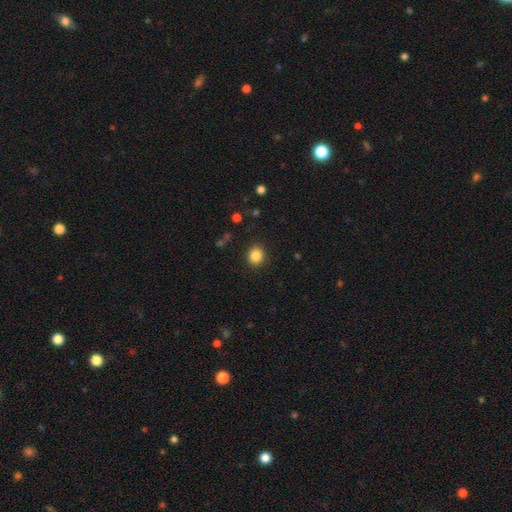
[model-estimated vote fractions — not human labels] A smooth galaxy with no disk features (85%) that is round (79%).

Vote fractions:
- Smooth or featured? smooth: 85% / star or artifact: 11% / featured or disk: 4%
- How rounded? round: 79% / in between: 20% / cigar-shaped: 1%
- Merging? none: 90% / minor disturbance: 7% / major disturbance: 2% / merger: 1%